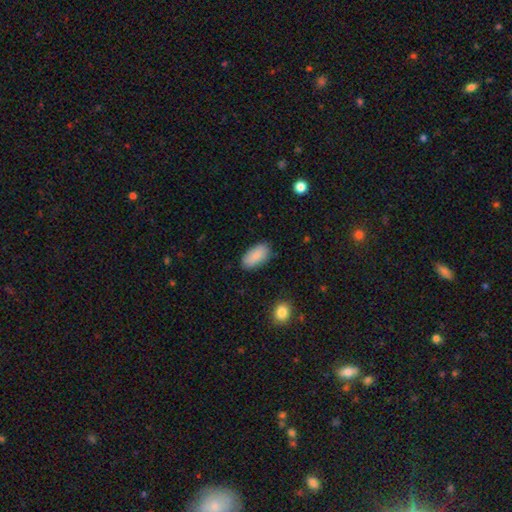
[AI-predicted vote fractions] This is clearly a smooth galaxy (88%). How rounded: clearly in between (93%). Merging: clearly none (84%).